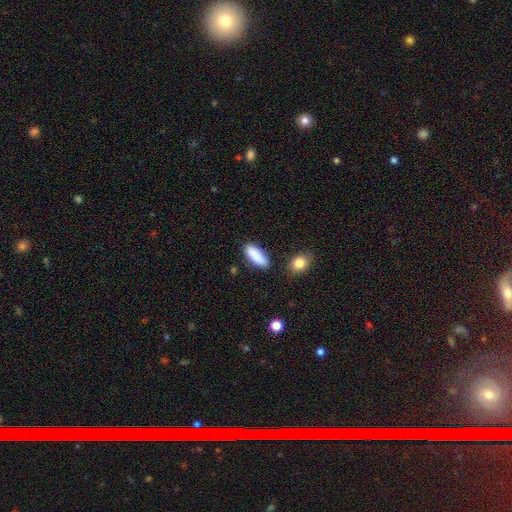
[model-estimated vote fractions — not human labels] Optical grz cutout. It shows a smooth galaxy with no disk features (89%) that is in between round and cigar-shaped (73%). Merging: none (84%).